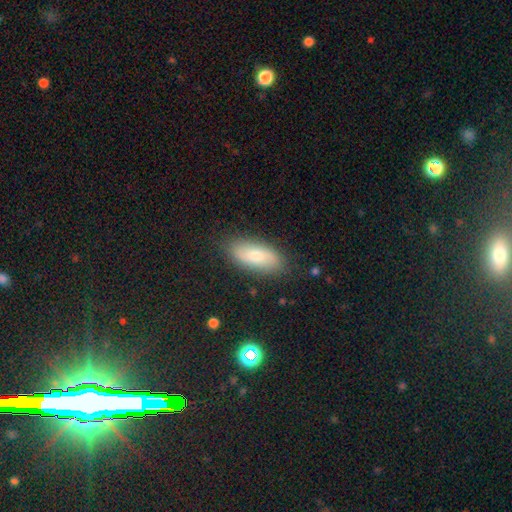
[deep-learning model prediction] The model was most divided on "smooth or featured": smooth: 70%, featured or disk: 23%, star or artifact: 7%. More confident: how rounded — in between (86%); merging — none (85%).